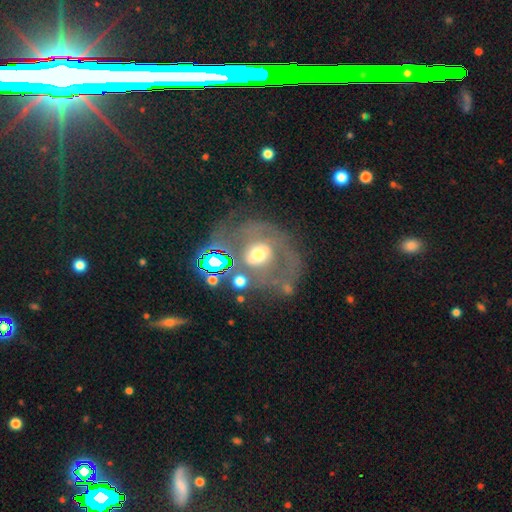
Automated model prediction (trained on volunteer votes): smooth_or_featured: featured or disk (p=0.59) [alt: smooth p=0.26]
disk_edge_on: no (p=0.96) [alt: yes p=0.04]
bar: no (p=0.57) [alt: weak p=0.29]
has_spiral_arms: yes (p=0.51) [alt: no p=0.49]
bulge_size: moderate (p=0.62) [alt: small p=0.22]
merging: none (p=0.46) [alt: major disturbance p=0.25]